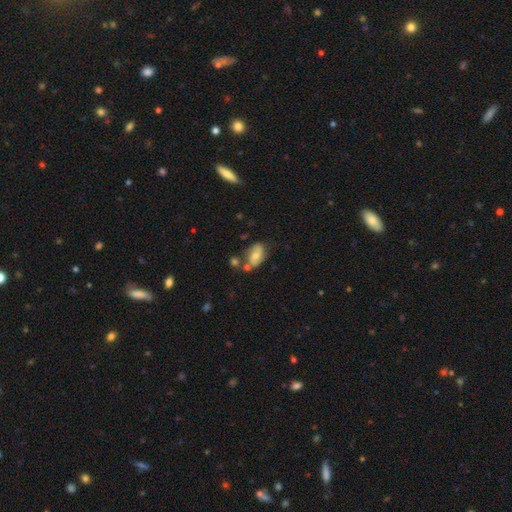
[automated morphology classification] This appears to be a smooth galaxy with no disk features (52%) that is in between round and cigar-shaped (88%). Merging: none (49%).